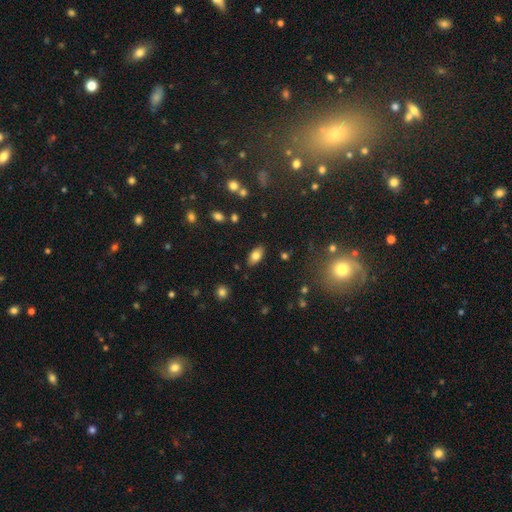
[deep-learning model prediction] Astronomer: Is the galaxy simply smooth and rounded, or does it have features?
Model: smooth — 77%.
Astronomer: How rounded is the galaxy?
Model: in between — 91%.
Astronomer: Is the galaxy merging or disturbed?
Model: none — 85%.